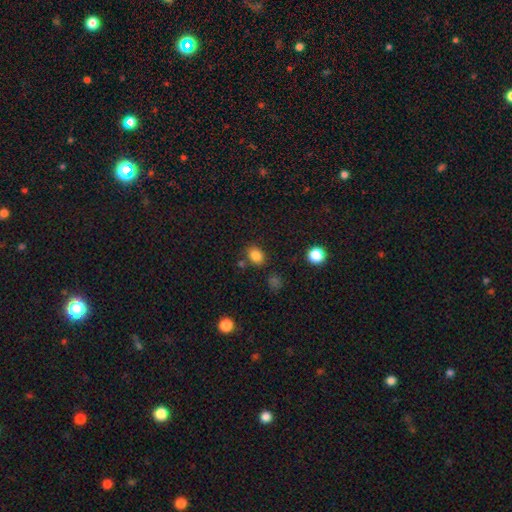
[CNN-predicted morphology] smooth-or-featured: smooth: 83% | star or artifact: 12% | featured or disk: 5%
  how-rounded: in between: 58% | round: 41% | cigar-shaped: 1%
  merging: none: 76% | minor disturbance: 13% | merger: 7% | major disturbance: 4%